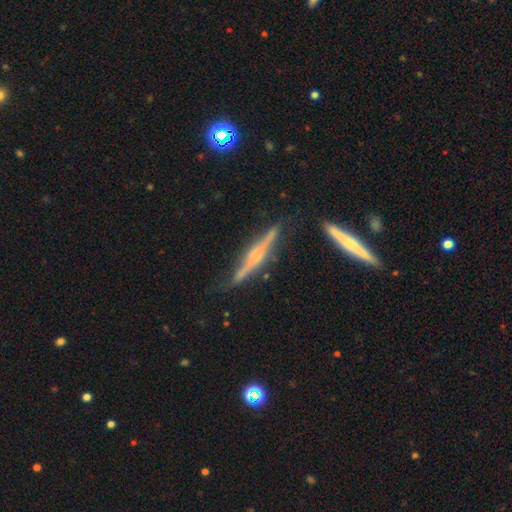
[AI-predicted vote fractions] A featured or disk galaxy (78%) viewed edge-on (97%) with a rounded central bulge (68%). Merging: none (80%).